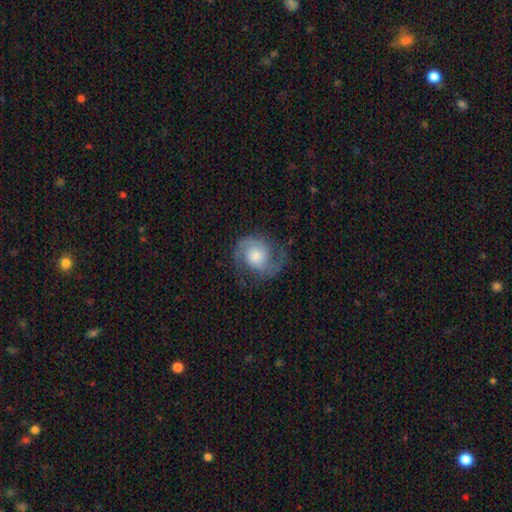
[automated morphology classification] This is likely a featured or disk galaxy (80%). It is clearly not viewed edge-on (98%). Bar: likely no (70%). Spiral arm pattern: clearly yes (96%). Spiral arm count: clearly 2 (88%). Spiral winding: possibly medium (51%). Central bulge: possibly moderate (46%). Merging: likely none (72%).